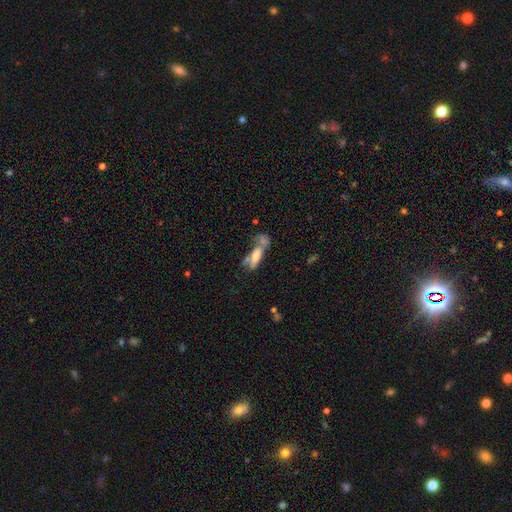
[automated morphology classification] type=smooth (60%); roundness=in between (56%); merging=merger (43%).